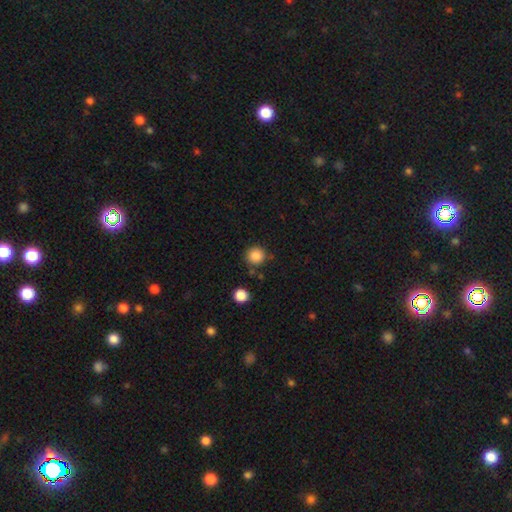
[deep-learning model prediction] smooth-or-featured: smooth: 86% | star or artifact: 10% | featured or disk: 4%
  how-rounded: round: 93% | in between: 6% | cigar-shaped: 1%
  merging: none: 84% | minor disturbance: 9% | merger: 4% | major disturbance: 3%